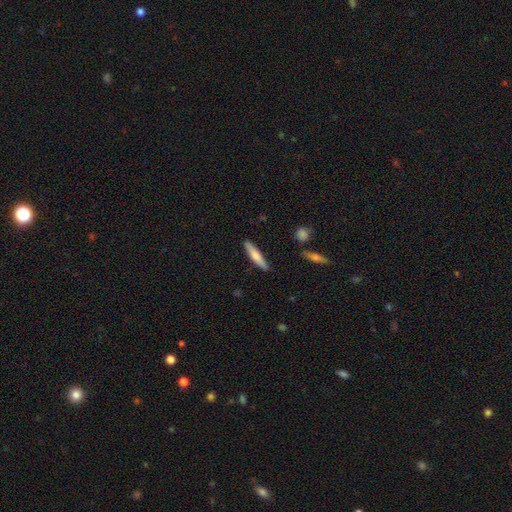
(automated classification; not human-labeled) Overall: smooth (65%; featured or disk 29%). How rounded: cigar-shaped (86%). Merging: none (88%).